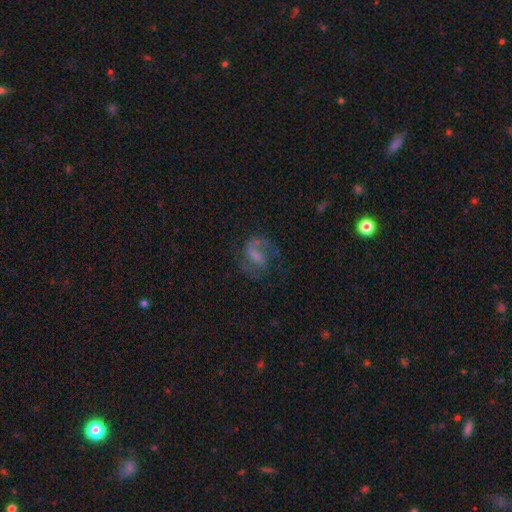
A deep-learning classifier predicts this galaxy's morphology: Smooth or featured?
  - featured or disk: 75% *
  - smooth: 15%
  - star or artifact: 10%
Edge-on disk?
  - no: 97% *
  - yes: 3%
Bar?
  - weak: 50% *
  - strong: 27%
  - no: 23%
Spiral arms?
  - yes: 92% *
  - no: 8%
Spiral winding?
  - medium: 53% *
  - loose: 29%
  - tight: 18%
Spiral arm count?
  - 2: 78% *
  - 1: 11%
  - can't tell: 6%
  - 3: 2%
  - 4: 1%
  - more than 4: 1%
Bulge size?
  - small: 34% *
  - none: 32%
  - moderate: 26%
  - large: 8%
  - dominant: 2%
Merging?
  - none: 64% *
  - major disturbance: 18%
  - minor disturbance: 17%
  - merger: 2%